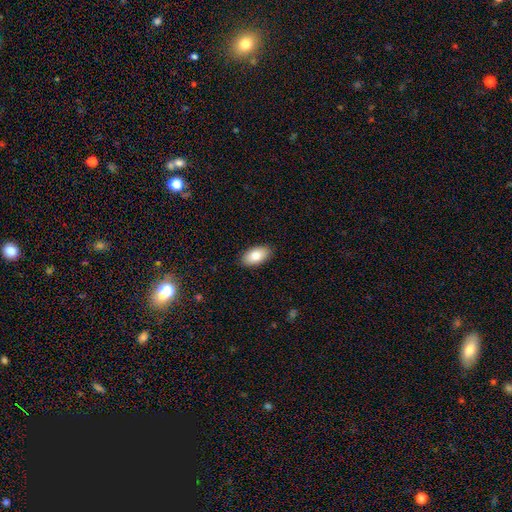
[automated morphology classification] A smooth galaxy with no disk features (84%) that is in between round and cigar-shaped (95%). Merging: none (89%).